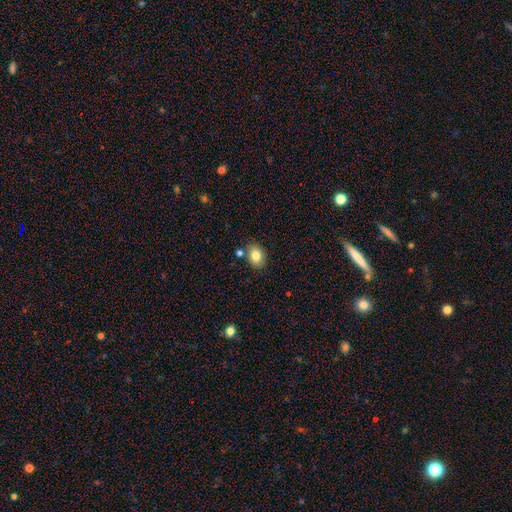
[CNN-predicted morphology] The model was most divided on "how rounded": in between: 71%, round: 28%, cigar-shaped: 1%. More confident: smooth or featured — smooth (81%); merging — none (79%).